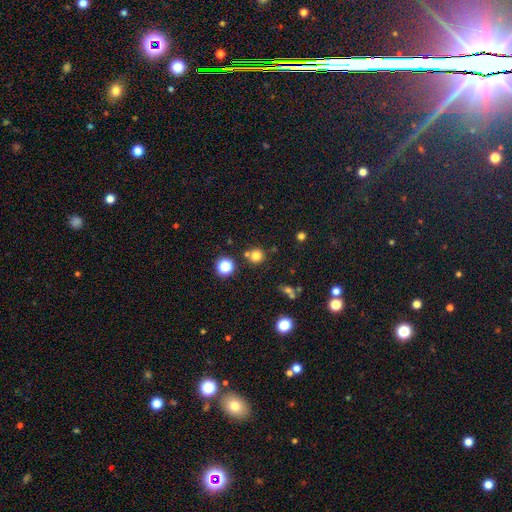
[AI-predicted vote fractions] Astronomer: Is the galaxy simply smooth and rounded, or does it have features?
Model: smooth — 76%.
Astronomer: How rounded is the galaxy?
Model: round — 92%.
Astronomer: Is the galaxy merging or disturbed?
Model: none — 73%.